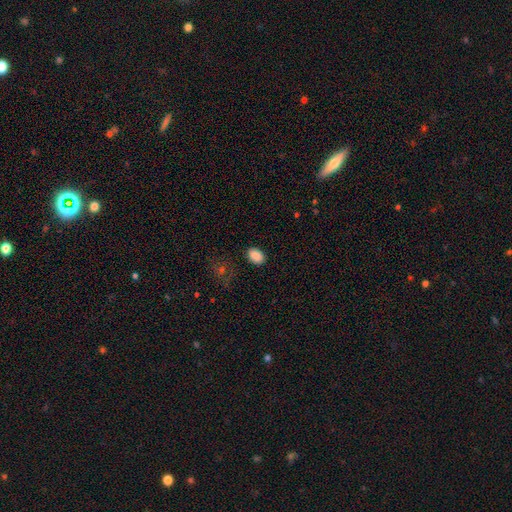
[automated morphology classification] Q: Smooth or featured?
A: smooth (88%); runner-up: star or artifact (8%)
Q: How rounded?
A: in between (81%); runner-up: round (18%)
Q: Merging?
A: none (87%); runner-up: minor disturbance (9%)